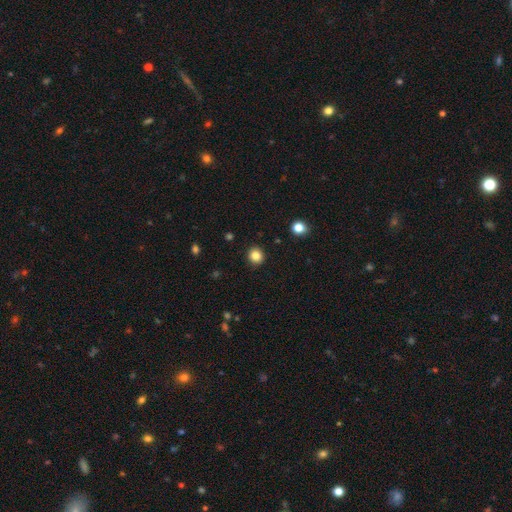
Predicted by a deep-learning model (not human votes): Smooth or featured: smooth — 85% (star or artifact — 11%)
How rounded: round — 86% (in between — 13%)
Merging: none — 91% (minor disturbance — 6%)